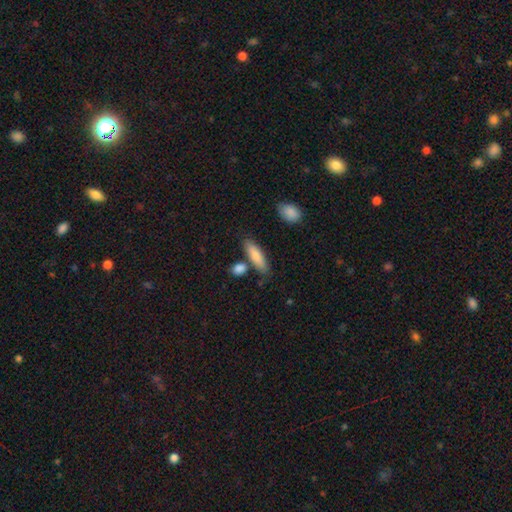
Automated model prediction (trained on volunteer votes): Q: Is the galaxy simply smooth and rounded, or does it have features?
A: smooth — 82%.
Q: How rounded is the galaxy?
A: cigar-shaped — 56%.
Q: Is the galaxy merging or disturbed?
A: none — 75%.